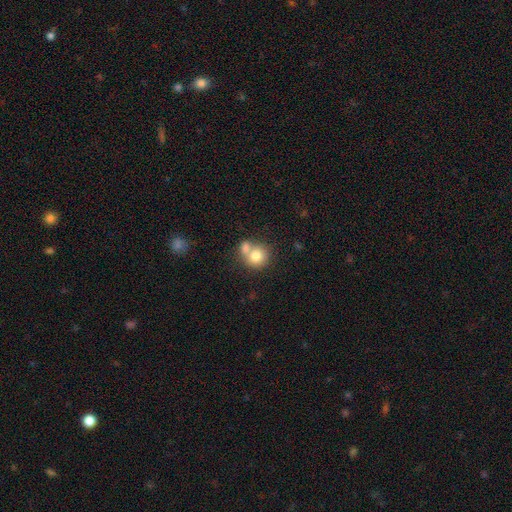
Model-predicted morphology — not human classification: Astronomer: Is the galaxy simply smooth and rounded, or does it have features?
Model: smooth — 76%.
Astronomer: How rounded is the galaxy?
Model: round — 82%.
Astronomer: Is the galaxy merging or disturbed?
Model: merger — 50% (runner-up: none, 39%).